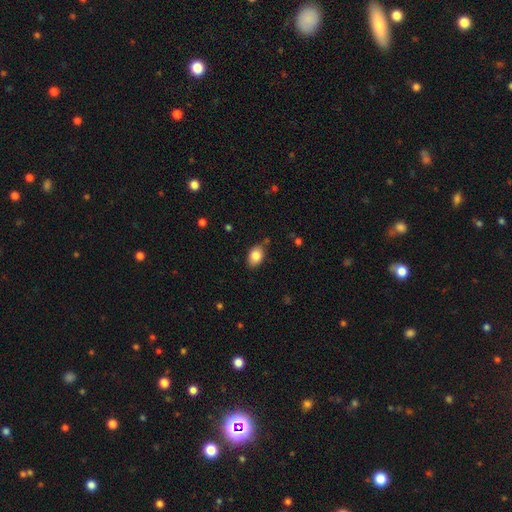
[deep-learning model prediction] This appears to be a smooth galaxy with no disk features (84%) that is in between round and cigar-shaped (81%). Merging: none (81%).